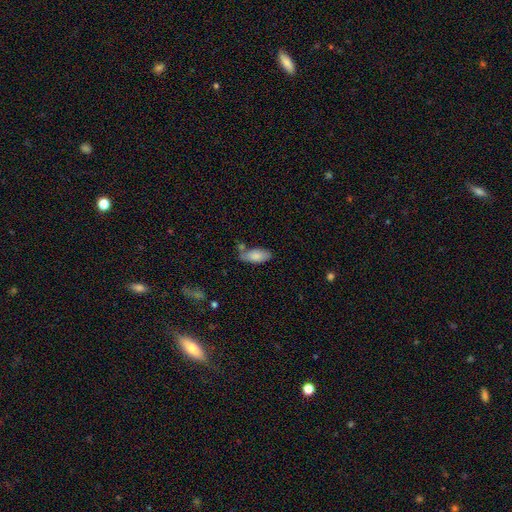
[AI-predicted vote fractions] A smooth galaxy with no disk features (82%) that is in between round and cigar-shaped (88%). Merging: none (59%).